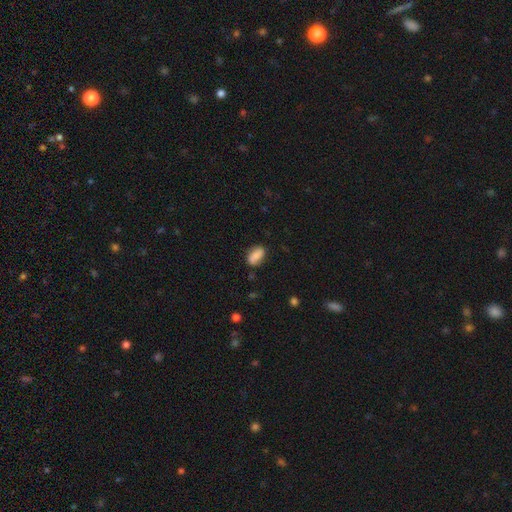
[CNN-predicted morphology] smooth_or_featured: smooth (p=0.69) [alt: featured or disk p=0.23]
how_rounded: in between (p=0.88) [alt: round p=0.08]
merging: none (p=0.76) [alt: minor disturbance p=0.17]